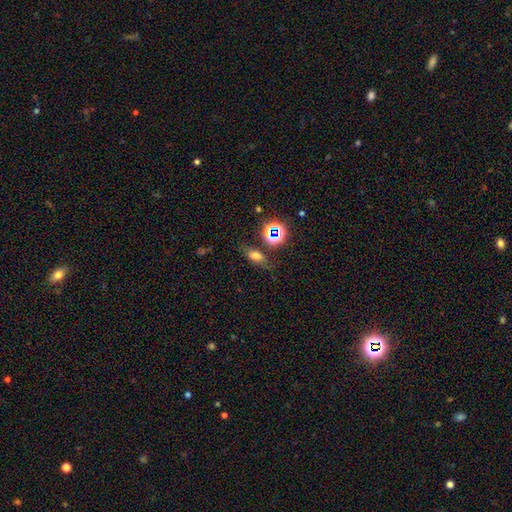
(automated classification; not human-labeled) smooth_or_featured: smooth (p=0.60) [alt: star or artifact p=0.24]
how_rounded: in between (p=0.75) [alt: cigar-shaped p=0.13]
merging: none (p=0.68) [alt: minor disturbance p=0.18]